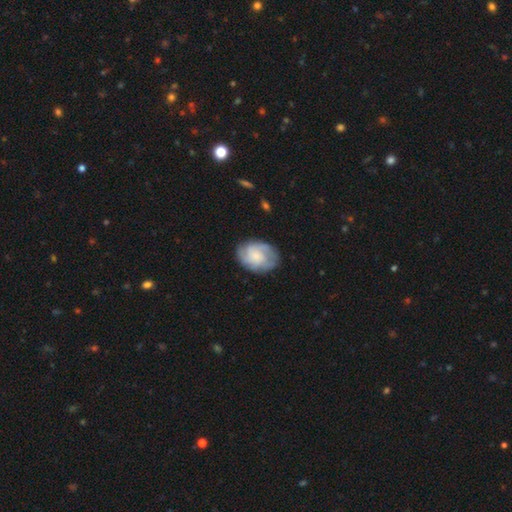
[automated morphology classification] This appears to be a featured or disk galaxy (61%) with no bar (71%), can't tell (30%, tied with 3) tight (44%) spiral arms (90%) and a small central bulge (51%). Merging: none (74%).